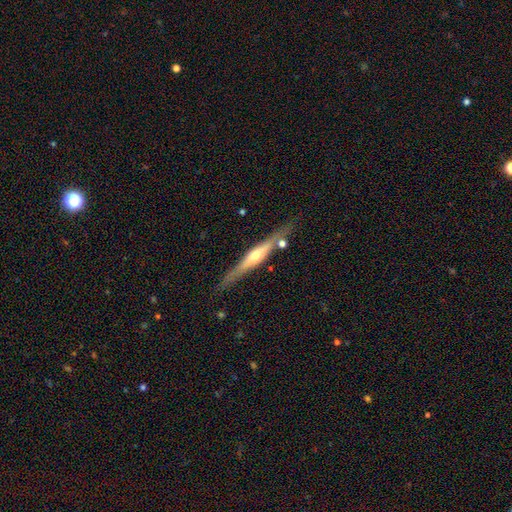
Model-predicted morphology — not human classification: smooth_or_featured: featured or disk (p=0.72) [alt: smooth p=0.23]
disk_edge_on: yes (p=0.96) [alt: no p=0.04]
edge_on_bulge: rounded (p=0.85) [alt: none p=0.08]
merging: none (p=0.80) [alt: minor disturbance p=0.12]